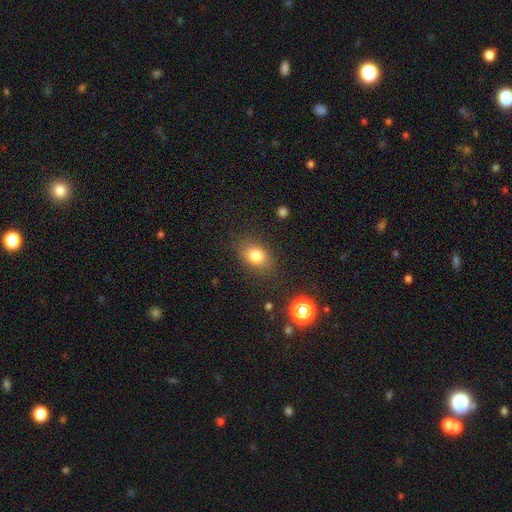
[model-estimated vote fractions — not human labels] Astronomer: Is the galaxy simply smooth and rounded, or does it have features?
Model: smooth — 79%.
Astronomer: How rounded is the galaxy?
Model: in between — 71%.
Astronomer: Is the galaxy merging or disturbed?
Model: none — 82%.